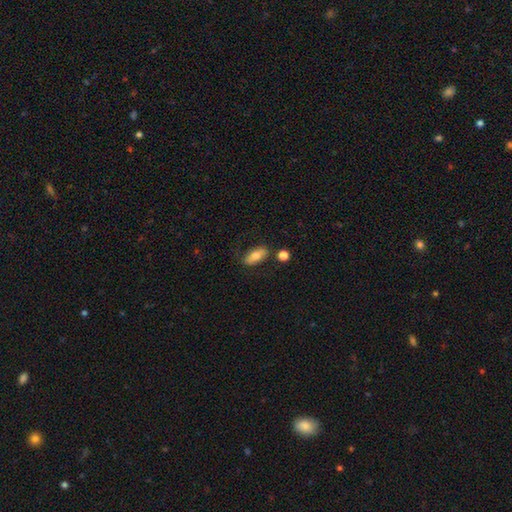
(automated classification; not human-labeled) Overall: smooth (66%; featured or disk 27%). How rounded: in between (78%). Merging: none (73%).